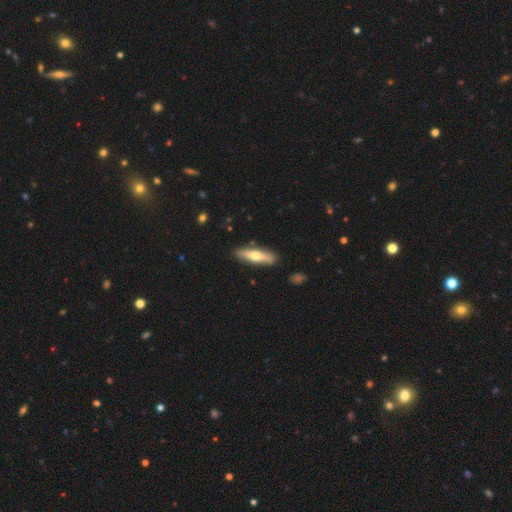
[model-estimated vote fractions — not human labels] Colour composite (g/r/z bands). It shows a smooth galaxy with no disk features (53%) that is cigar-shaped (67%). Merging: none (86%).